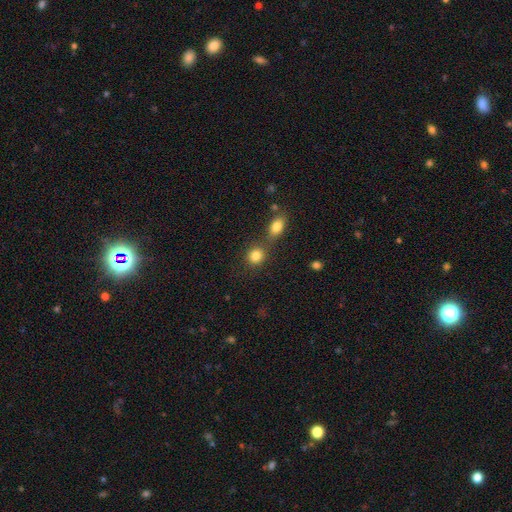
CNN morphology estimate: Smooth or featured: smooth — 83% (star or artifact — 11%)
How rounded: round — 80% (in between — 19%)
Merging: none — 59% (merger — 28%)